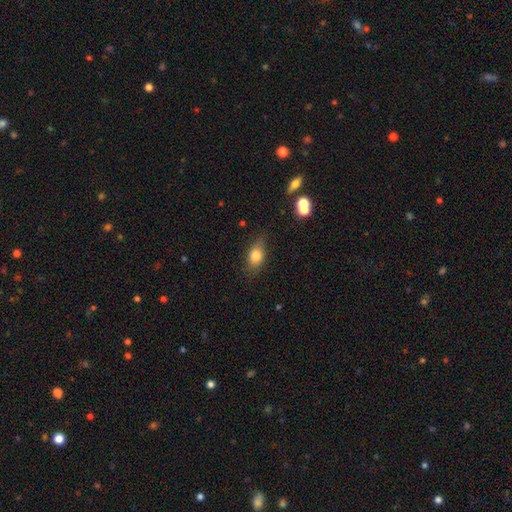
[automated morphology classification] smooth-or-featured: smooth: 76% | featured or disk: 15% | star or artifact: 9%
  how-rounded: in between: 77% | round: 17% | cigar-shaped: 6%
  merging: none: 77% | minor disturbance: 17% | major disturbance: 4% | merger: 2%